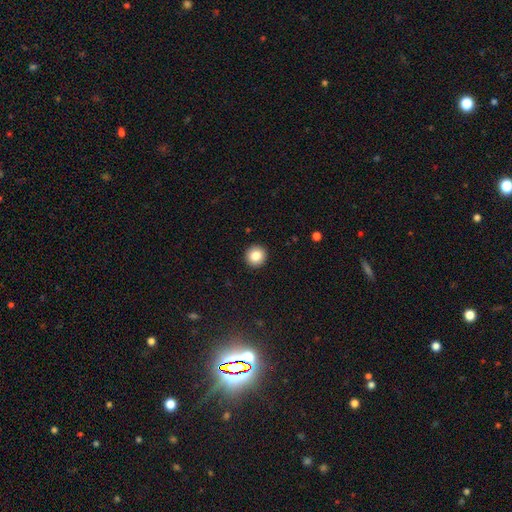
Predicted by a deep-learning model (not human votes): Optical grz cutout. It shows a smooth galaxy with no disk features (85%) that is round (95%). Merging: none (93%).